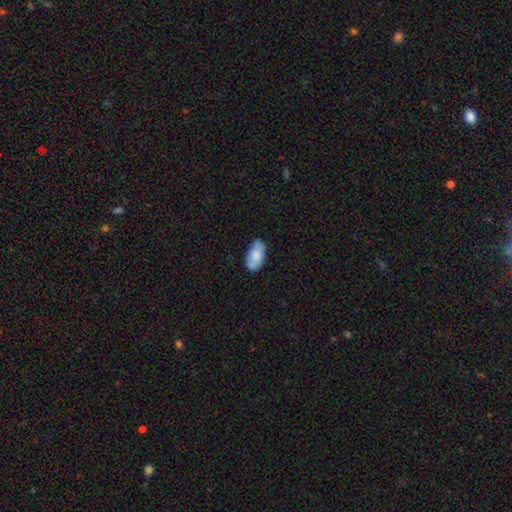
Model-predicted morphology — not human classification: The model was most divided on "smooth or featured": smooth: 74%, featured or disk: 20%, star or artifact: 6%. More confident: how rounded — in between (94%); merging — none (76%).